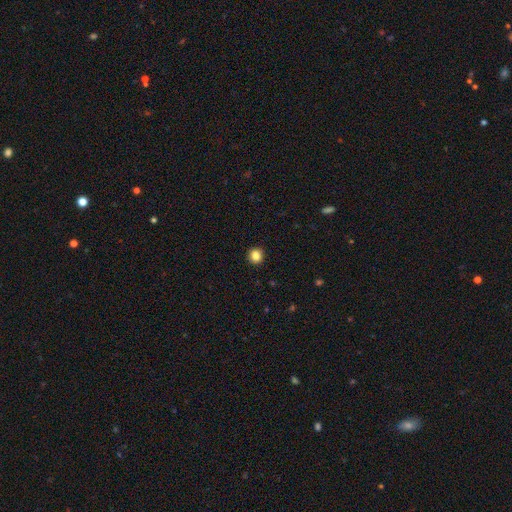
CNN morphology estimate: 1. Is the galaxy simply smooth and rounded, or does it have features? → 85% smooth, 11% star or artifact, 4% featured or disk.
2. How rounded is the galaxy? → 91% round, 8% in between, 1% cigar-shaped.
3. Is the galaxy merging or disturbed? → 93% none, 4% minor disturbance, 2% major disturbance, 1% merger.